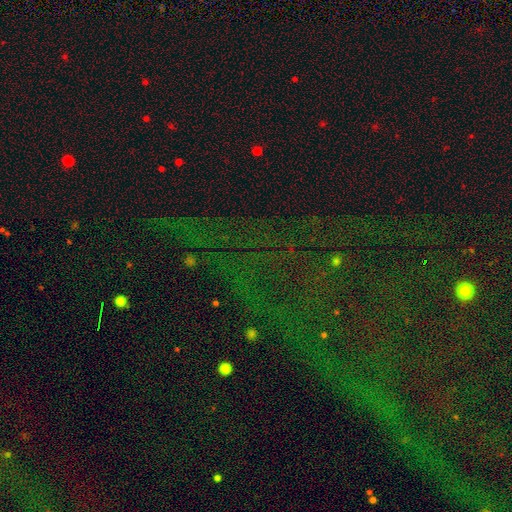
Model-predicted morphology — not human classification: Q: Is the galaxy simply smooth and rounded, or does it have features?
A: star or artifact — 80%.